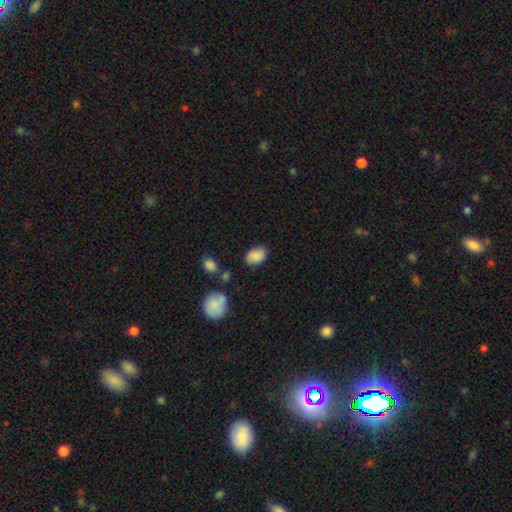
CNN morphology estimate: Q: Smooth or featured?
A: smooth (85%); runner-up: star or artifact (8%)
Q: How rounded?
A: in between (85%); runner-up: round (14%)
Q: Merging?
A: none (78%); runner-up: minor disturbance (15%)